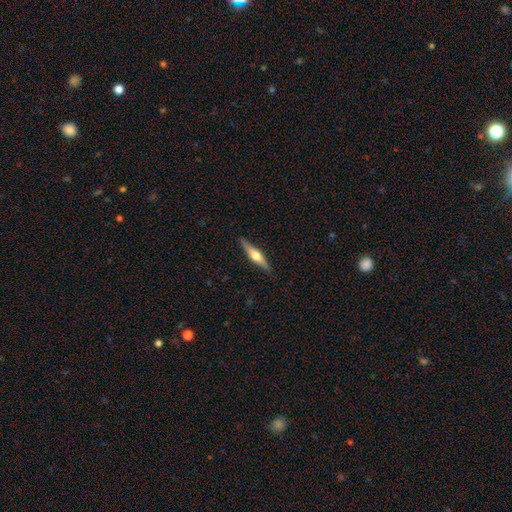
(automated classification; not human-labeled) Smooth or featured? featured or disk (61%)
Edge-on disk? yes (96%)
Edge-on bulge? rounded (93%)
Merging? none (89%)